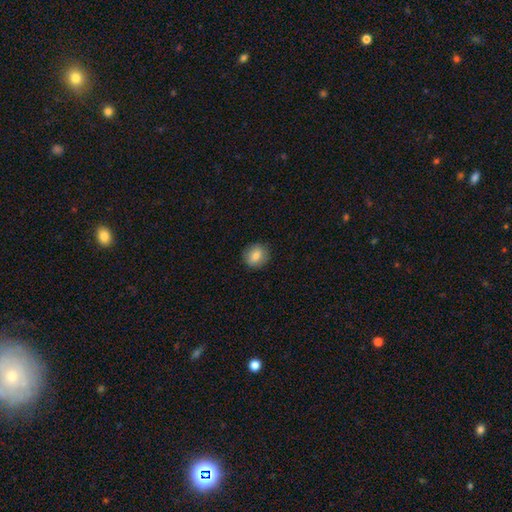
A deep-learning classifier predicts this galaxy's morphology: Smooth or featured? Predicted: smooth (p=0.83). How rounded? Predicted: round (p=0.80). Merging? Predicted: none (p=0.89).